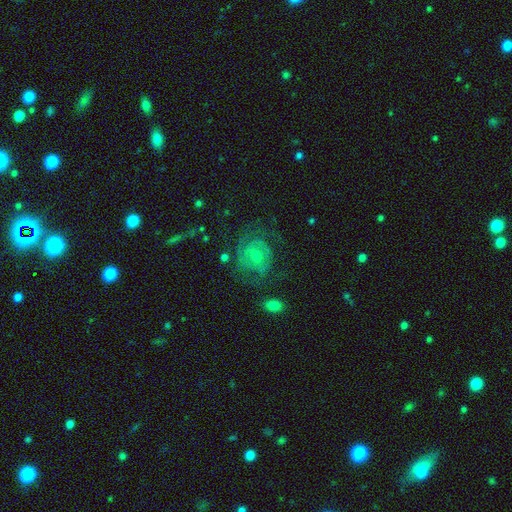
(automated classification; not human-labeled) This is likely a featured or disk galaxy (68%). It is clearly not viewed edge-on (97%). Bar: possibly no (56%). Spiral arm pattern: clearly yes (84%). Spiral arm count: marginally 2 (38%, tied with can't tell). Spiral winding: possibly tight (55%). Central bulge: possibly small (56%). Merging: likely none (65%).